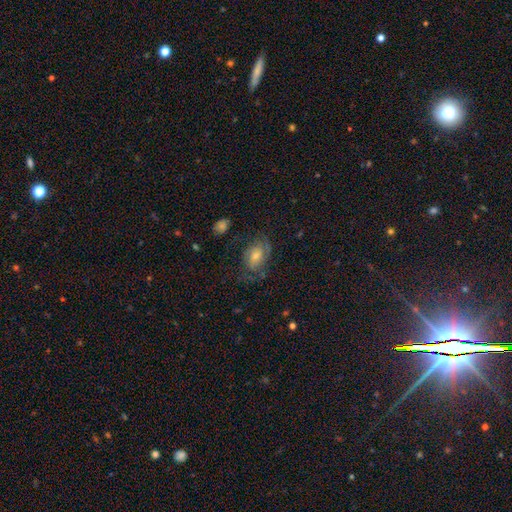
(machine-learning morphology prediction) type=featured or disk (53%); edge-on=no (95%); bar=no (64%); spiral arms=yes (78%); bulge=moderate (50%); merging=none (61%).